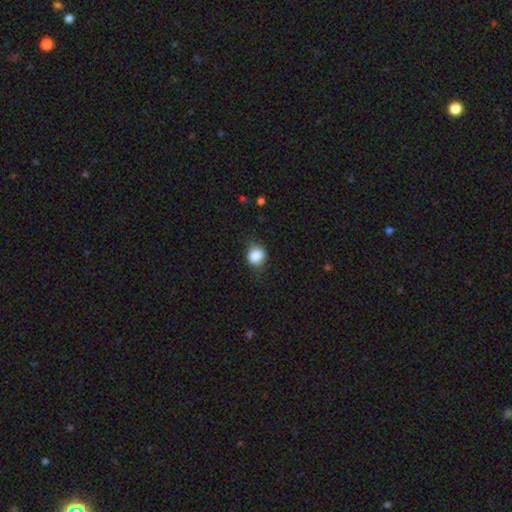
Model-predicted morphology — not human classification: Smooth or featured: smooth — 87% (star or artifact — 9%)
How rounded: round — 75% (in between — 24%)
Merging: none — 75% (minor disturbance — 18%)